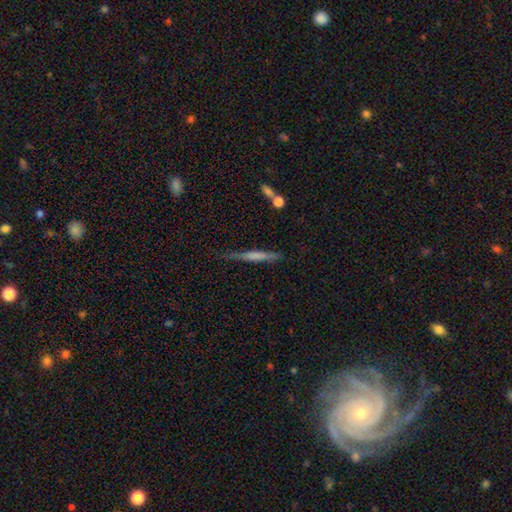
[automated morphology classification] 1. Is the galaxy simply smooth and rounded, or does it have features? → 50% featured or disk, 43% smooth, 7% star or artifact.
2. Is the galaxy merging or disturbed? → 80% none, 14% minor disturbance, 3% major disturbance, 3% merger.